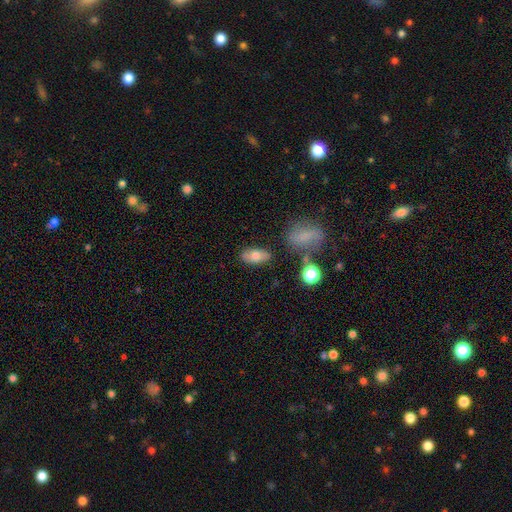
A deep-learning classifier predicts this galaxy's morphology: Q: Smooth or featured?
A: smooth (70%); runner-up: featured or disk (21%)
Q: How rounded?
A: in between (89%); runner-up: round (6%)
Q: Merging?
A: none (81%); runner-up: minor disturbance (12%)